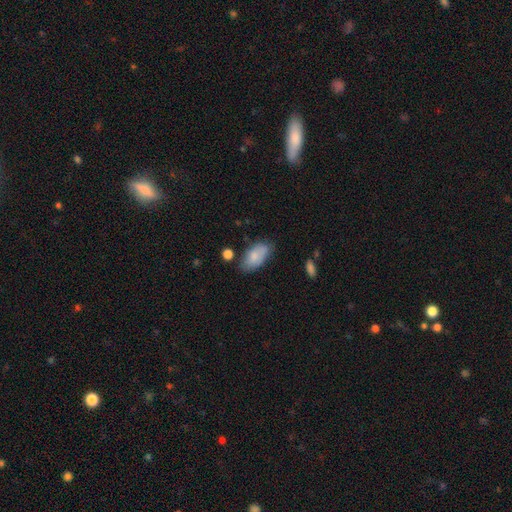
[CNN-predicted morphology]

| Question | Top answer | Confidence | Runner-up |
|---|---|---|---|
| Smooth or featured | smooth | 75% | featured or disk (18%) |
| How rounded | in between | 93% | cigar-shaped (4%) |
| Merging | none | 65% | minor disturbance (25%) |